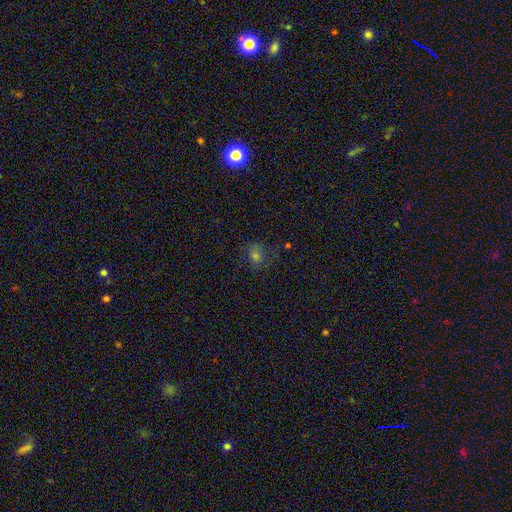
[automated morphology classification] Smooth or featured?
  - smooth: 59% *
  - star or artifact: 25%
  - featured or disk: 16%
How rounded?
  - round: 74% *
  - in between: 25%
  - cigar-shaped: 1%
Merging?
  - none: 71% *
  - minor disturbance: 19%
  - major disturbance: 9%
  - merger: 2%